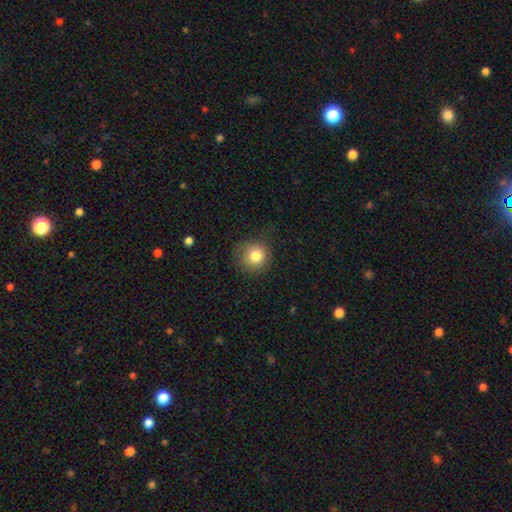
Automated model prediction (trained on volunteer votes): Q: Smooth or featured?
A: smooth (81%); runner-up: star or artifact (11%)
Q: How rounded?
A: round (90%); runner-up: in between (9%)
Q: Merging?
A: none (80%); runner-up: minor disturbance (14%)